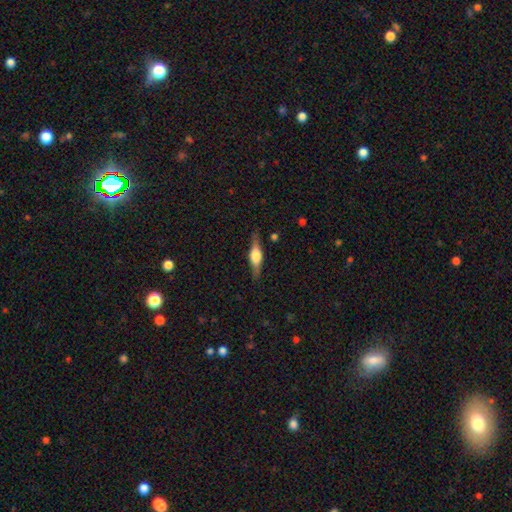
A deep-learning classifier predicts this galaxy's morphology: Smooth or featured: featured or disk — 68% (smooth — 26%)
Edge-on disk: yes — 96% (no — 4%)
Edge-on bulge: rounded — 87% (boxy — 11%)
Merging: none — 85% (minor disturbance — 11%)